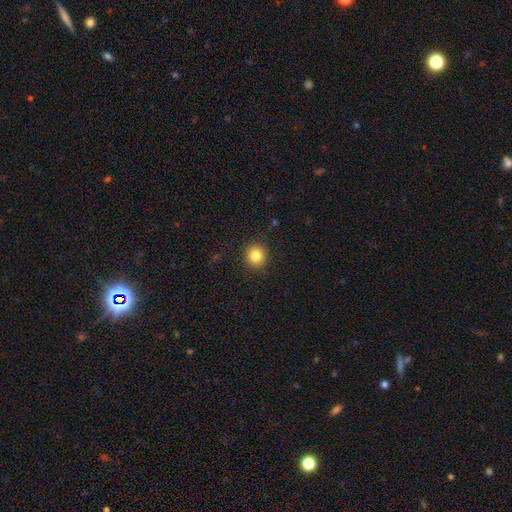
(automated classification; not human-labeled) Smooth or featured?
  - smooth: 84% *
  - star or artifact: 11%
  - featured or disk: 5%
How rounded?
  - round: 91% *
  - in between: 8%
  - cigar-shaped: 1%
Merging?
  - none: 90% *
  - minor disturbance: 6%
  - major disturbance: 2%
  - merger: 1%